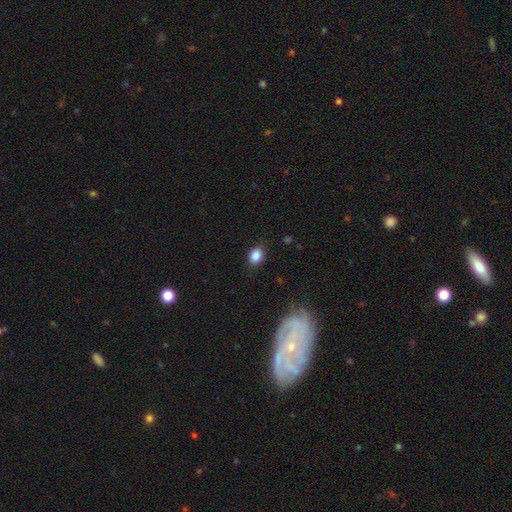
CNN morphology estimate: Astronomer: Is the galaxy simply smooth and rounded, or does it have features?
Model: smooth — 86%.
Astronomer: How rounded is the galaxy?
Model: in between — 62%.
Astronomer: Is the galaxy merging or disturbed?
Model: none — 84%.